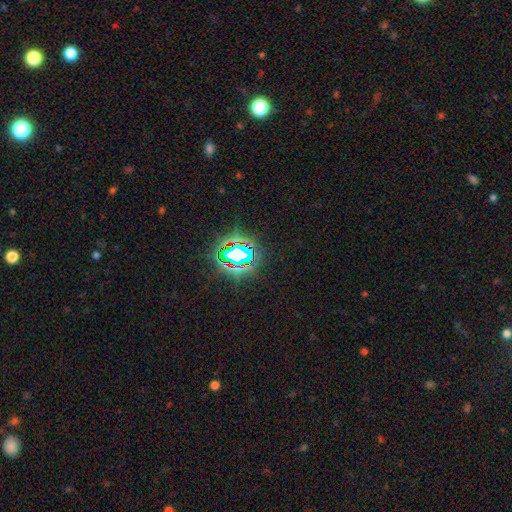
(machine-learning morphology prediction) star or artifact 80%, smooth 13%, featured or disk 8%.